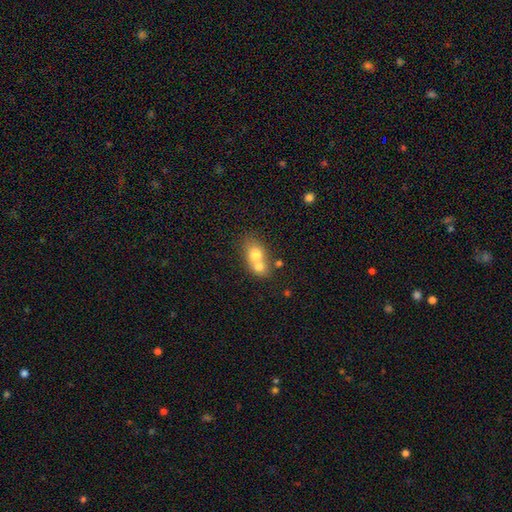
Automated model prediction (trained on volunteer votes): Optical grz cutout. It shows a smooth galaxy with no disk features (69%) that is in between round and cigar-shaped (51%). Merging: merger (66%).